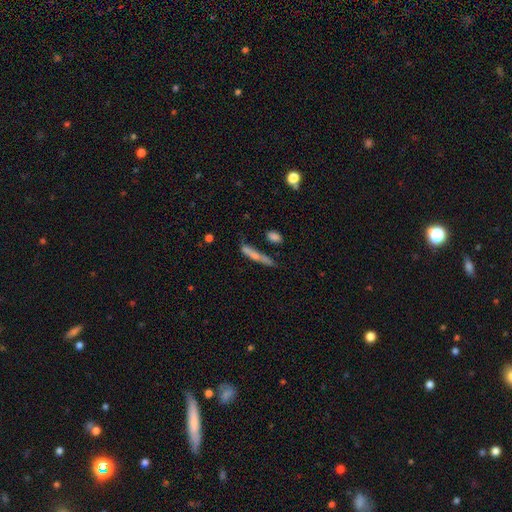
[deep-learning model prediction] The model was most divided on "smooth or featured": smooth: 60%, featured or disk: 30%, star or artifact: 10%. More confident: how rounded — cigar-shaped (90%); merging — none (59%).